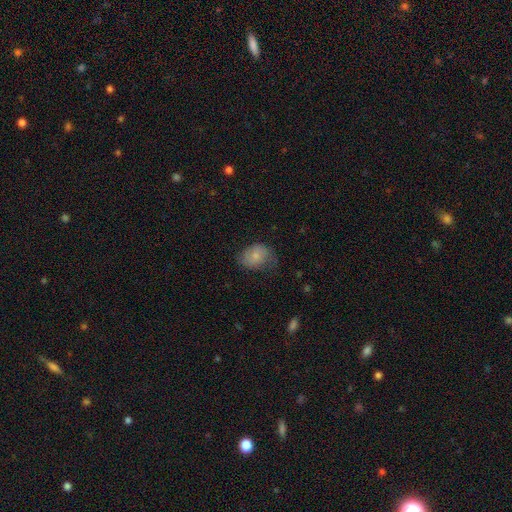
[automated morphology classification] Smooth or featured? smooth (74%)
How rounded? in between (65%)
Merging? none (52%)